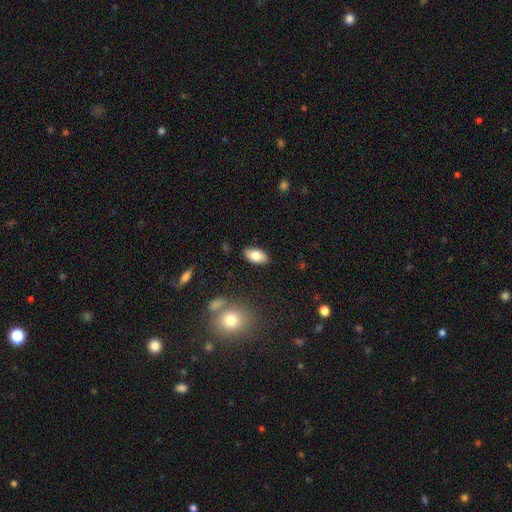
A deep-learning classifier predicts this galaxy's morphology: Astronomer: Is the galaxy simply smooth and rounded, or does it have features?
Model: smooth — 79%.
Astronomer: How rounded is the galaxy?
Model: in between — 93%.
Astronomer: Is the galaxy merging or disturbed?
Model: none — 87%.